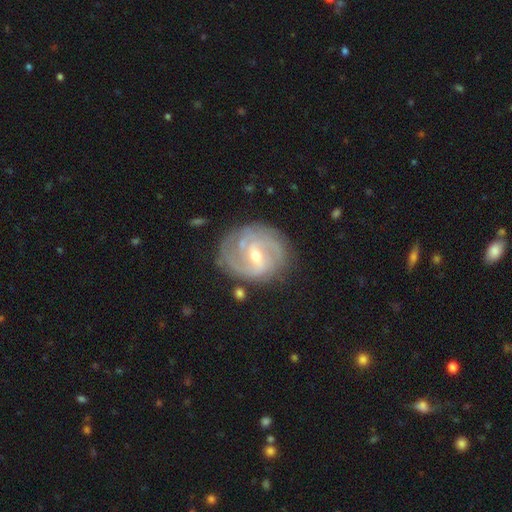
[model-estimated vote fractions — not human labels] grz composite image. It shows a featured or disk galaxy (85%) with a weak bar (55%), 2 (43%) tight (48%) spiral arms (94%) and a small central bulge (51%). Merging: none (76%).